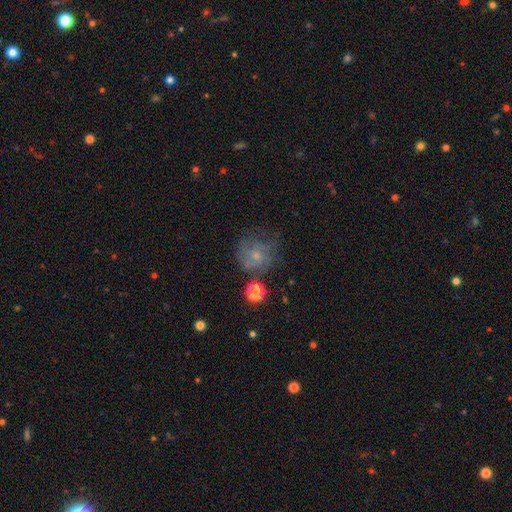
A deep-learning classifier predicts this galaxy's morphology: A smooth galaxy with no disk features (47%).

Vote fractions:
- Smooth or featured? smooth: 47% / featured or disk: 38% / star or artifact: 15%
- Merging? none: 52% / minor disturbance: 24% / major disturbance: 19% / merger: 5%